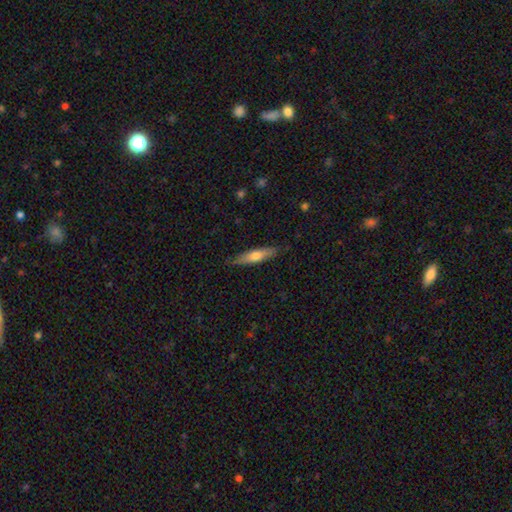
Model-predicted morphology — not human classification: This is possibly a smooth galaxy (59%). How rounded: likely cigar-shaped (73%). Merging: clearly none (83%).